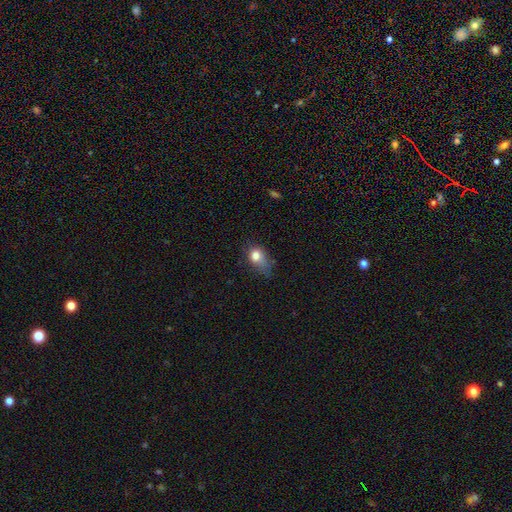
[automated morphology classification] Smooth or featured: smooth — 77% (featured or disk — 11%)
How rounded: in between — 61% (round — 37%)
Merging: minor disturbance — 39% (none — 34%)